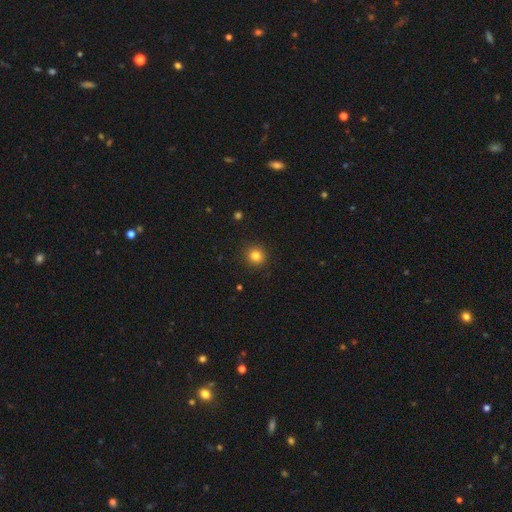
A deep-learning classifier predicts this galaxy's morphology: This is clearly a smooth galaxy (82%). How rounded: clearly round (89%). Merging: clearly none (91%).